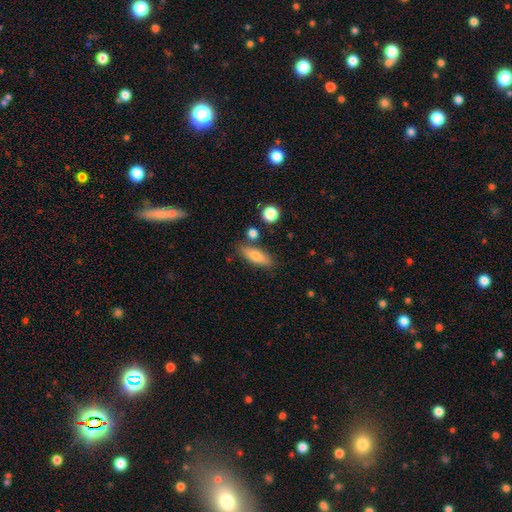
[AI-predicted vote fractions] Smooth or featured?
  - smooth: 71% *
  - featured or disk: 22%
  - star or artifact: 7%
How rounded?
  - in between: 51% *
  - cigar-shaped: 46%
  - round: 4%
Merging?
  - none: 79% *
  - minor disturbance: 12%
  - merger: 6%
  - major disturbance: 3%